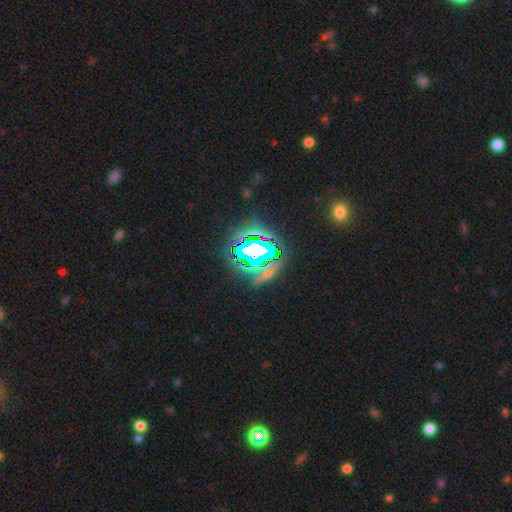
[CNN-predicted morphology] This is likely a star or artifact rather than a galaxy (70%).